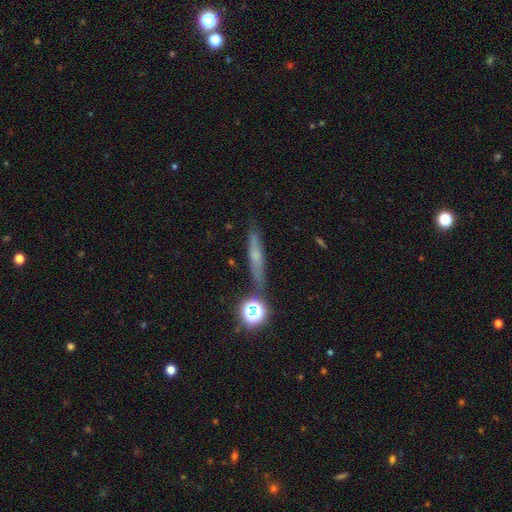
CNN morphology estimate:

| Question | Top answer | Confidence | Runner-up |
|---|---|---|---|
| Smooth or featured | smooth | 43% | featured or disk (38%) |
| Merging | none | 77% | minor disturbance (13%) |